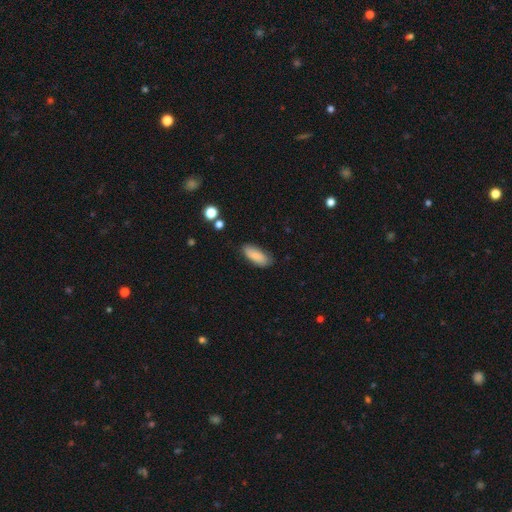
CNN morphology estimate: Smooth or featured?
  - smooth: 83% *
  - featured or disk: 10%
  - star or artifact: 7%
How rounded?
  - in between: 80% *
  - cigar-shaped: 18%
  - round: 2%
Merging?
  - none: 80% *
  - minor disturbance: 16%
  - major disturbance: 3%
  - merger: 2%